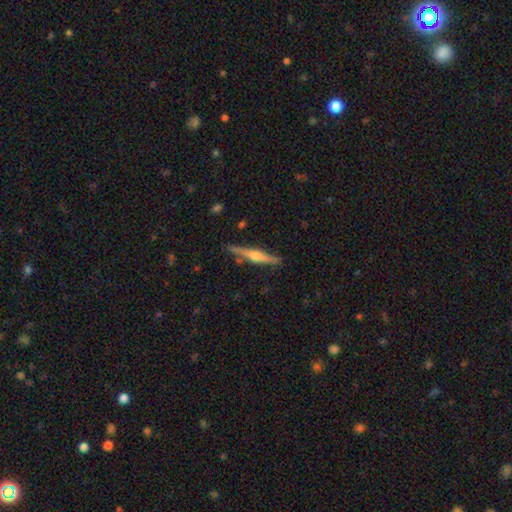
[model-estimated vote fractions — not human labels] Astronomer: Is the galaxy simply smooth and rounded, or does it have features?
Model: featured or disk — 67%.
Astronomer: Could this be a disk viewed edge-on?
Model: yes — 97%.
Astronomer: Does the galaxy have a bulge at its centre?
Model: rounded — 88%.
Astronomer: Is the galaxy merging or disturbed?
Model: none — 85%.